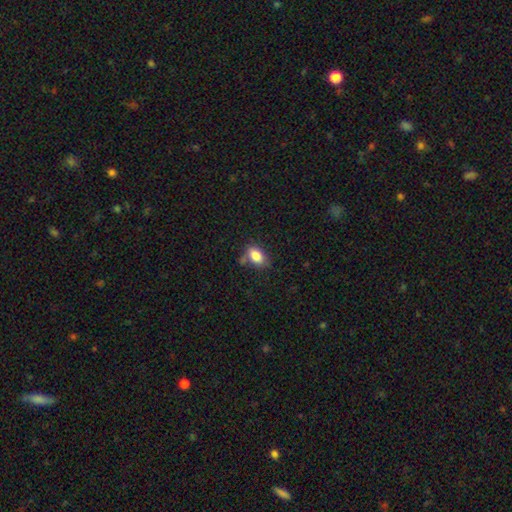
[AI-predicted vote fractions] This appears to be a smooth galaxy with no disk features (84%) that is in between round and cigar-shaped (85%). Merging: none (67%).